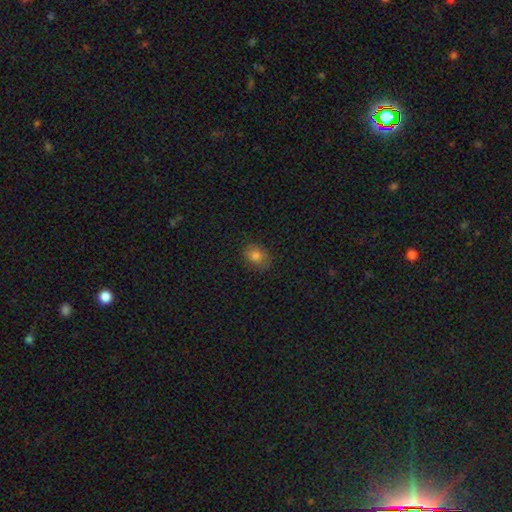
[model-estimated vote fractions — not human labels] Morphology: type=smooth (80%); roundness=in between (55%); merging=none (82%).